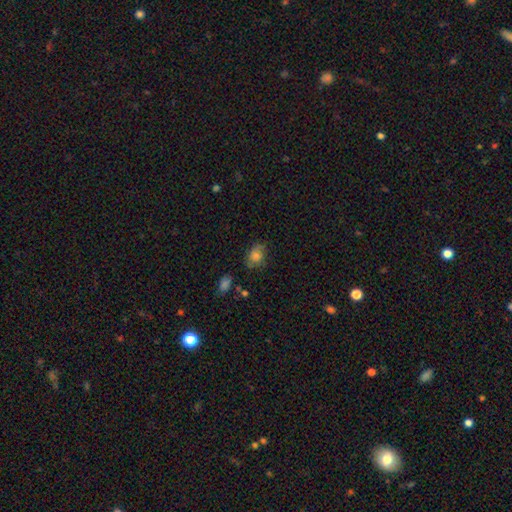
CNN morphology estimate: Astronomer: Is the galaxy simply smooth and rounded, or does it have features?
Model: smooth — 72%.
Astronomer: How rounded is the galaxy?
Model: in between — 68%.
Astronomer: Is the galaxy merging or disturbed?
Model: none — 65%.